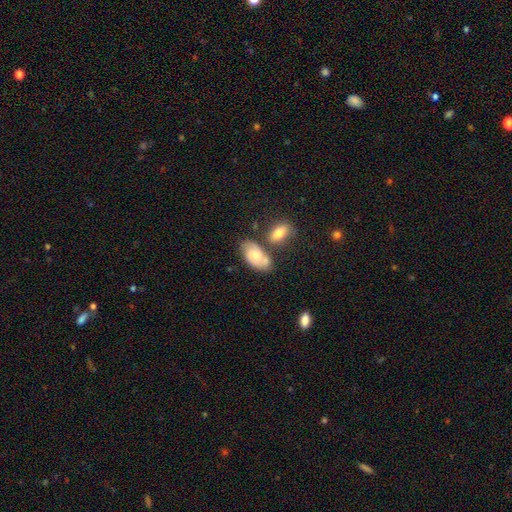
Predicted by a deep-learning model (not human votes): Smooth or featured?
  - smooth: 50% *
  - featured or disk: 42%
  - star or artifact: 7%
How rounded?
  - in between: 92% *
  - round: 5%
  - cigar-shaped: 3%
Merging?
  - none: 51% *
  - merger: 25%
  - minor disturbance: 19%
  - major disturbance: 6%